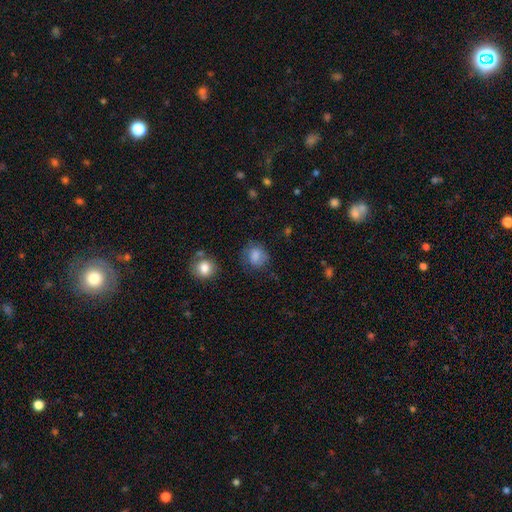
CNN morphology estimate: smooth 77%, featured or disk 13%, star or artifact 10%. Down the decision tree: how rounded — round (72%); merging — none (65%).